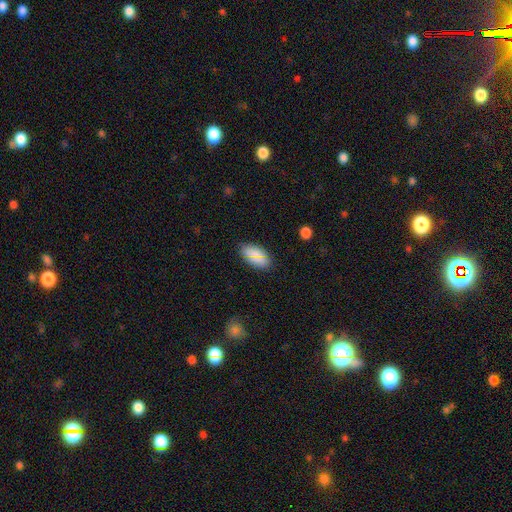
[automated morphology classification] A smooth galaxy with no disk features (80%) that is in between round and cigar-shaped (92%).

Vote fractions:
- Smooth or featured? smooth: 80% / star or artifact: 13% / featured or disk: 8%
- How rounded? in between: 92% / cigar-shaped: 4% / round: 3%
- Merging? none: 85% / minor disturbance: 11% / major disturbance: 3% / merger: 2%